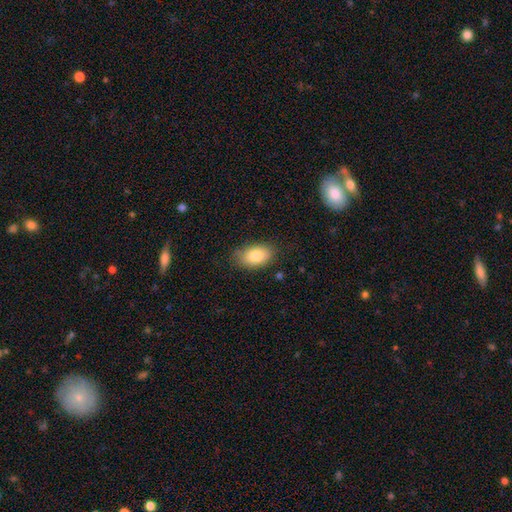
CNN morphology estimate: A smooth galaxy with no disk features (81%) that is in between round and cigar-shaped (91%). Merging: none (80%).